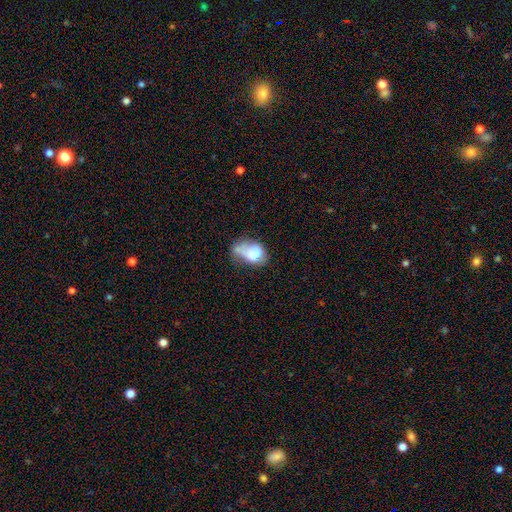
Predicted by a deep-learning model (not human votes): smooth-or-featured: smooth: 65% | featured or disk: 25% | star or artifact: 10%
  how-rounded: in between: 79% | round: 20% | cigar-shaped: 2%
  merging: merger: 29% (tied) | major disturbance: 29% (tied) | minor disturbance: 23% | none: 19%